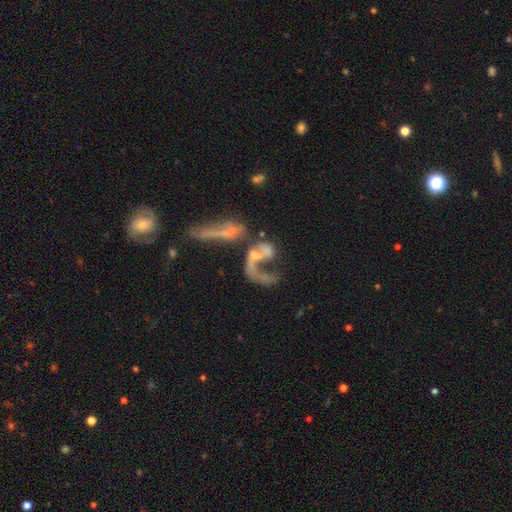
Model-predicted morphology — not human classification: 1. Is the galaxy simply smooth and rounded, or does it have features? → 66% featured or disk, 22% smooth, 12% star or artifact.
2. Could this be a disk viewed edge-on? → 92% no, 8% yes.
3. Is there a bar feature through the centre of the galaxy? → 75% no, 18% weak, 8% strong.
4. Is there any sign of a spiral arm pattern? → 54% no, 46% yes.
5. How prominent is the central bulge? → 41% none, 29% small, 23% moderate, 5% large, 2% dominant.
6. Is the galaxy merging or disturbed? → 54% merger, 27% major disturbance, 13% none, 6% minor disturbance.